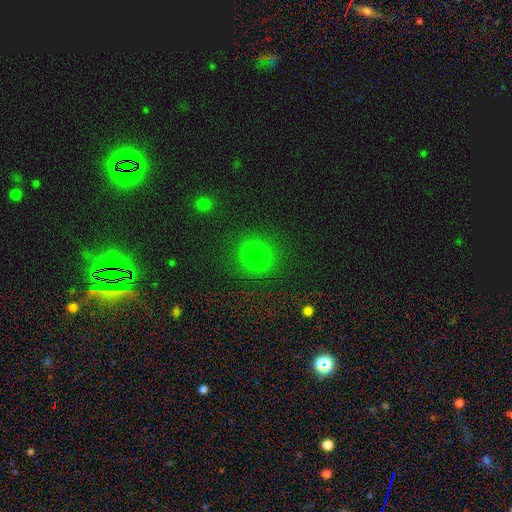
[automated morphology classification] Smooth or featured: smooth — 78% (star or artifact — 17%)
How rounded: round — 91% (in between — 8%)
Merging: none — 88% (minor disturbance — 7%)